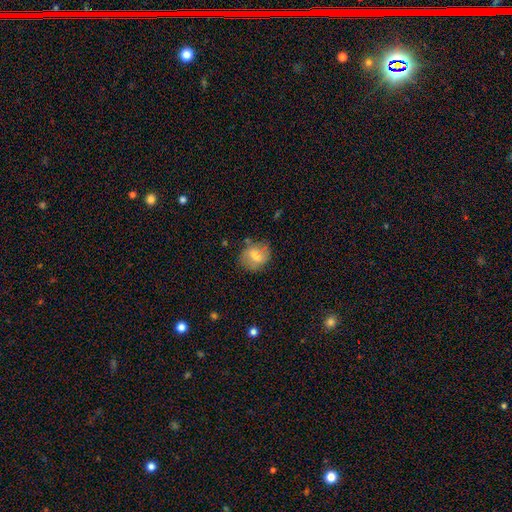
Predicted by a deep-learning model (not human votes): Smooth or featured? Predicted: smooth (p=0.63). How rounded? Predicted: round (p=0.73). Merging? Predicted: none (p=0.73).